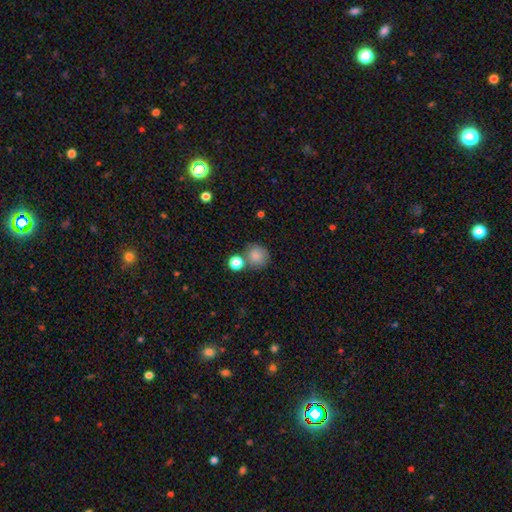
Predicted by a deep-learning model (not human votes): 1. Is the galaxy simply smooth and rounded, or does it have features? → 83% smooth, 10% star or artifact, 7% featured or disk.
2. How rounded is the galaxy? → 87% round, 12% in between, 1% cigar-shaped.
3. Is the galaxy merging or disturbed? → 64% none, 20% merger, 12% minor disturbance, 4% major disturbance.